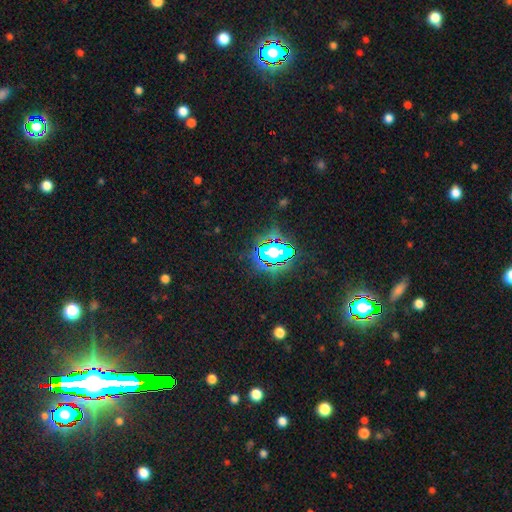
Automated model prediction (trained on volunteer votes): star or artifact 81%, smooth 11%, featured or disk 8%.